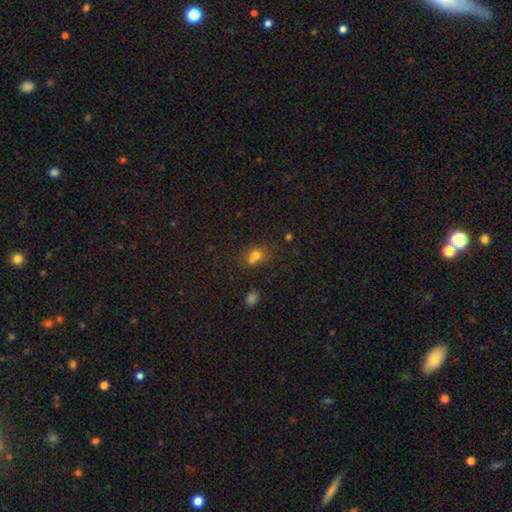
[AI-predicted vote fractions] Q: Smooth or featured?
A: smooth (70%); runner-up: star or artifact (18%)
Q: How rounded?
A: round (57%); runner-up: in between (41%)
Q: Merging?
A: none (41%); runner-up: merger (40%)